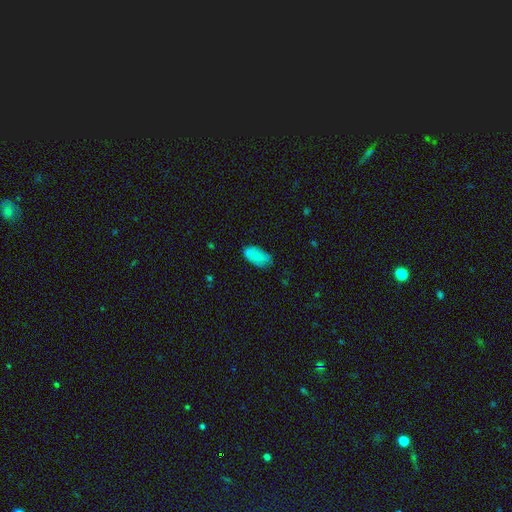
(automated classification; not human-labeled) Smooth or featured? smooth (79%)
How rounded? in between (94%)
Merging? none (73%)